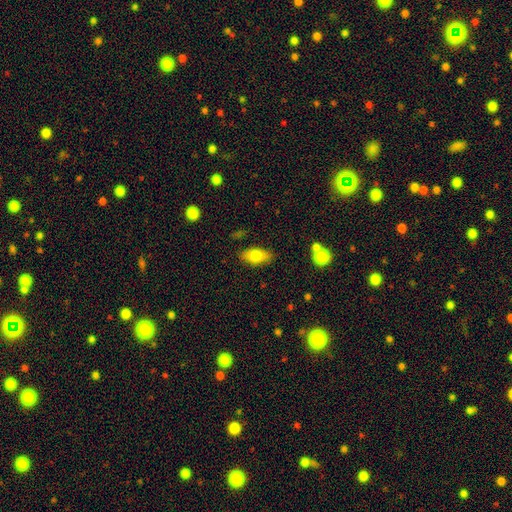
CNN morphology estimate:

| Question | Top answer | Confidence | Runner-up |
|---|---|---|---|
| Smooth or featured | smooth | 76% | featured or disk (16%) |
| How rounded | in between | 88% | cigar-shaped (7%) |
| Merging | none | 84% | minor disturbance (11%) |